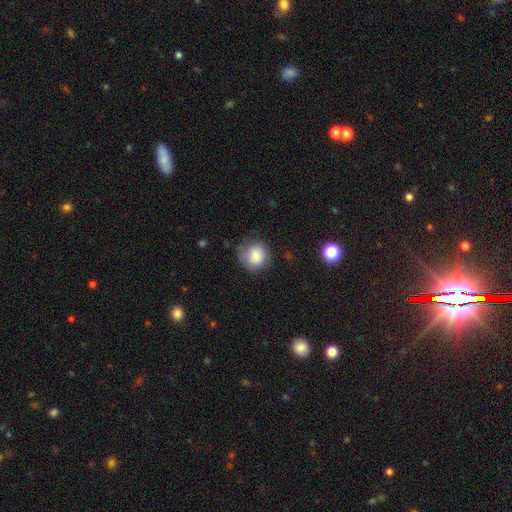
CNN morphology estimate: Smooth or featured?
  - smooth: 82% *
  - featured or disk: 10%
  - star or artifact: 8%
How rounded?
  - round: 88% *
  - in between: 11%
  - cigar-shaped: 1%
Merging?
  - none: 71% *
  - minor disturbance: 21%
  - major disturbance: 7%
  - merger: 2%